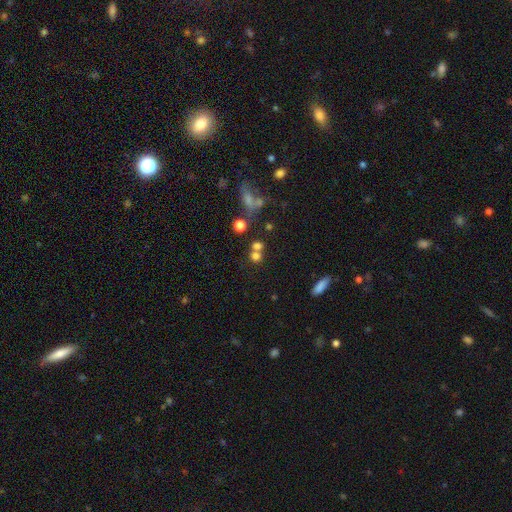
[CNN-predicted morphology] type=smooth (69%); roundness=round (77%); merging=none (46%).